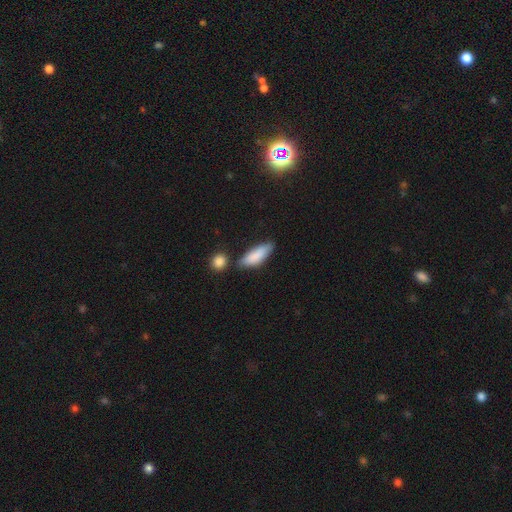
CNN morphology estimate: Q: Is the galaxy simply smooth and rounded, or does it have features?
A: smooth — 85%.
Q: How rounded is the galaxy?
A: in between — 59%.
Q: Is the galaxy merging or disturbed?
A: none — 64%.